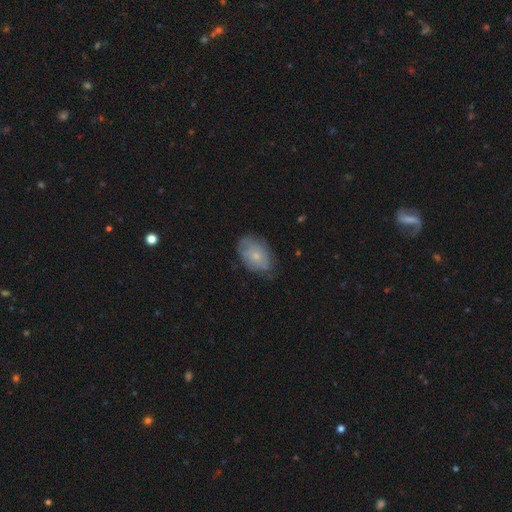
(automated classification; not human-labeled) A smooth galaxy with no disk features (56%) that is in between round and cigar-shaped (85%). Merging: none (63%).